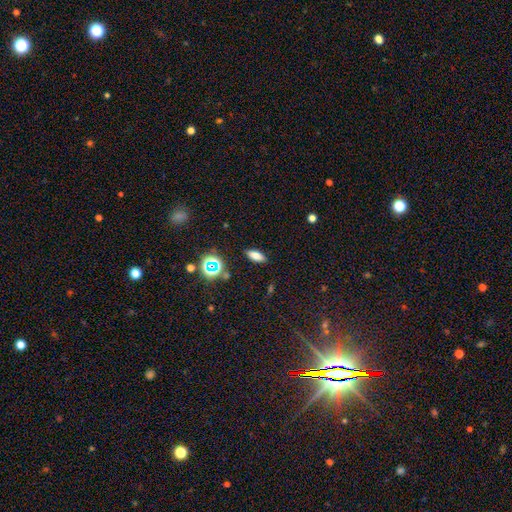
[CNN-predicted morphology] smooth_or_featured: smooth (p=0.74) [alt: star or artifact p=0.16]
how_rounded: in between (p=0.75) [alt: cigar-shaped p=0.20]
merging: none (p=0.87) [alt: minor disturbance p=0.08]